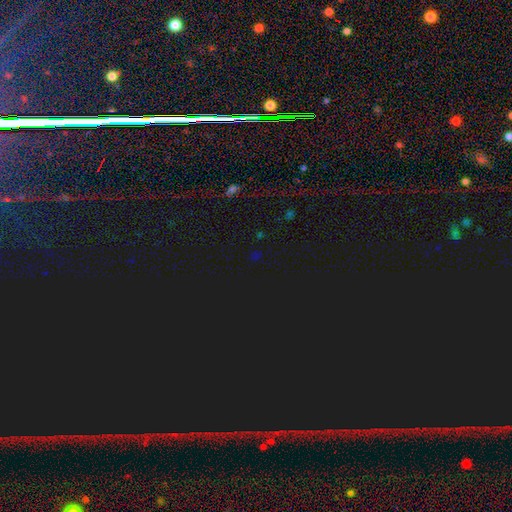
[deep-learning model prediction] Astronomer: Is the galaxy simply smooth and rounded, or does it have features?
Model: star or artifact — 73%.